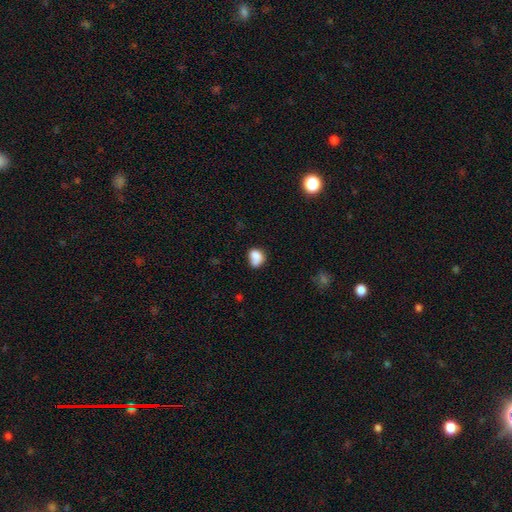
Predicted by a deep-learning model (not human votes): This appears to be a smooth galaxy with no disk features (80%) that is in between round and cigar-shaped (52%). Merging: none (44%).